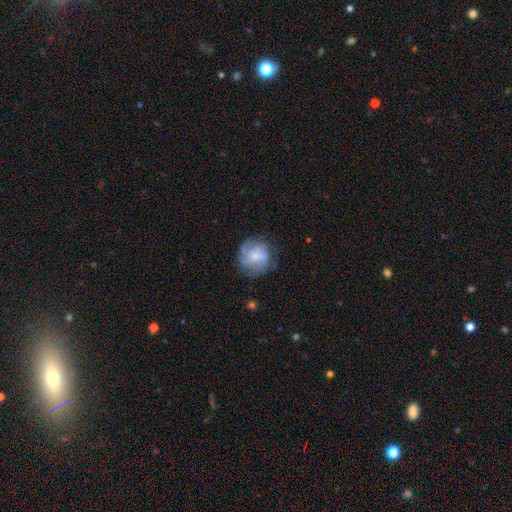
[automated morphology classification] smooth_or_featured: smooth (p=0.47) [alt: featured or disk p=0.45]
merging: none (p=0.67) [alt: minor disturbance p=0.20]